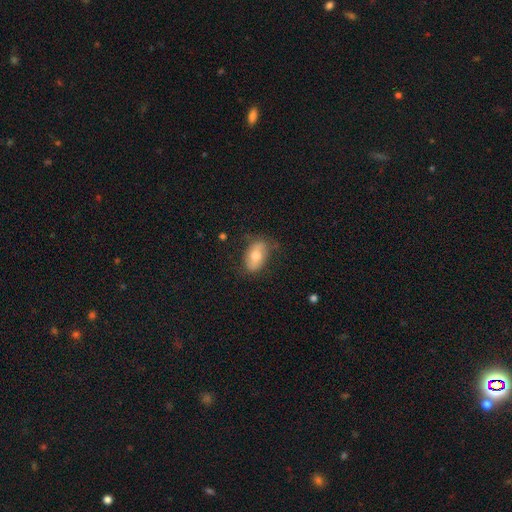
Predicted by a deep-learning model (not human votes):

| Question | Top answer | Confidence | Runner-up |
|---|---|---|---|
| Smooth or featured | smooth | 64% | featured or disk (29%) |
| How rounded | in between | 90% | round (7%) |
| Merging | none | 72% | minor disturbance (21%) |